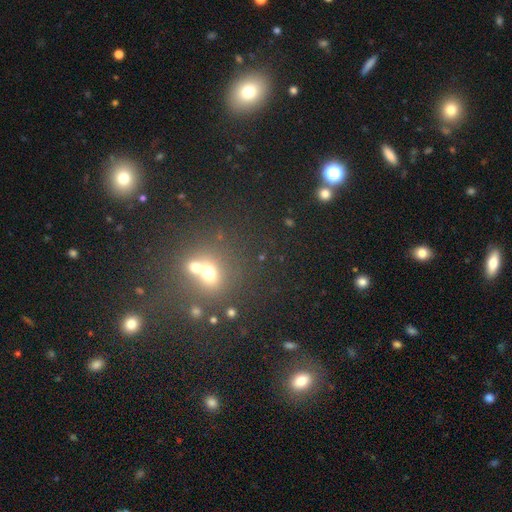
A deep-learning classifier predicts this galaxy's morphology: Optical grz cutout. It shows a star or artifact, not a galaxy (49%).